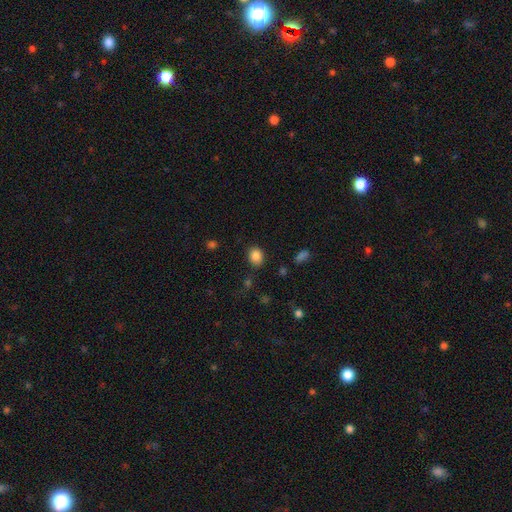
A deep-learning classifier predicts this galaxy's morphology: This is clearly a smooth galaxy (85%). How rounded: possibly round (50%). Merging: clearly none (83%).